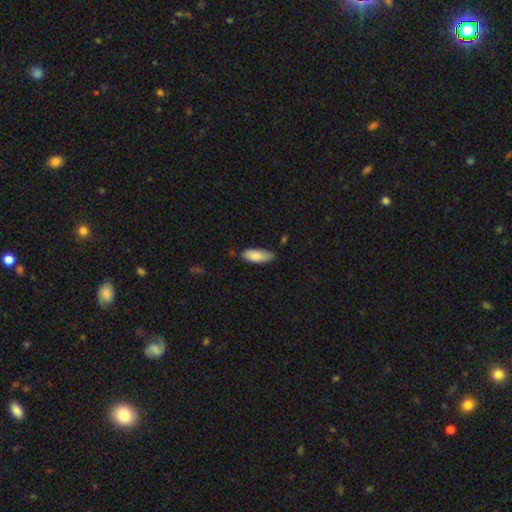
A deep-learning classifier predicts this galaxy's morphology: smooth-or-featured: smooth: 85% | featured or disk: 9% | star or artifact: 6%
  how-rounded: in between: 79% | cigar-shaped: 19% | round: 2%
  merging: none: 66% | minor disturbance: 28% | major disturbance: 4% | merger: 2%